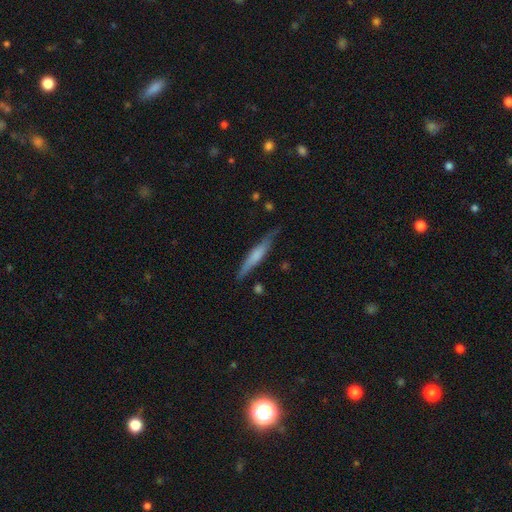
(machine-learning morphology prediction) smooth_or_featured: smooth (p=0.50) [alt: featured or disk p=0.44]
how_rounded: cigar-shaped (p=0.91) [alt: in between p=0.07]
merging: none (p=0.77) [alt: minor disturbance p=0.17]